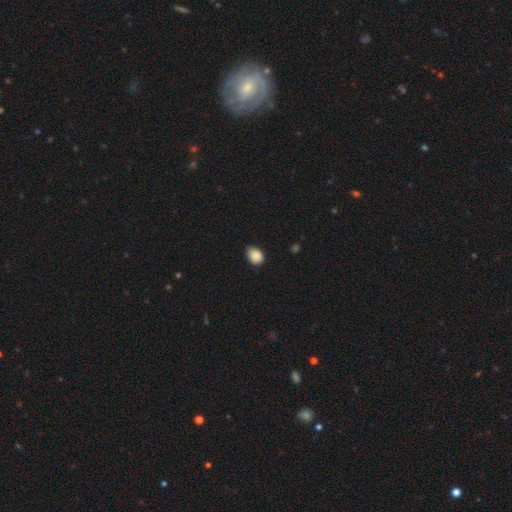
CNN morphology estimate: A smooth galaxy with no disk features (88%) that is in between round and cigar-shaped (63%). Merging: none (68%).